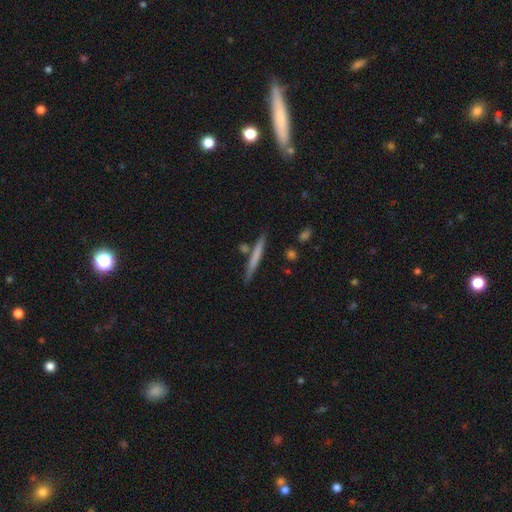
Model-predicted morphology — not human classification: A smooth galaxy with no disk features (60%) that is cigar-shaped (96%).

Vote fractions:
- Smooth or featured? smooth: 60% / featured or disk: 34% / star or artifact: 6%
- How rounded? cigar-shaped: 96% / in between: 3% / round: 2%
- Merging? none: 81% / minor disturbance: 10% / merger: 7% / major disturbance: 2%